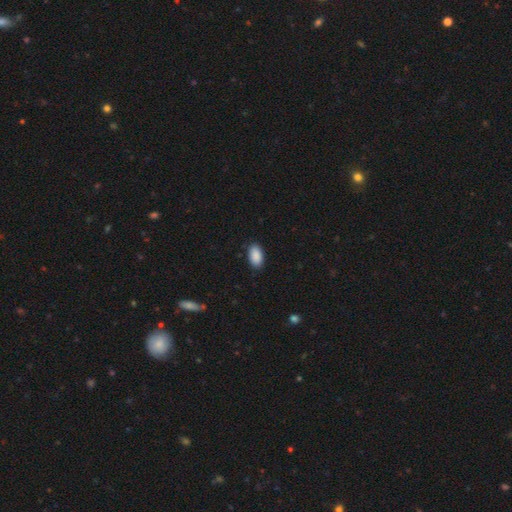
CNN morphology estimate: smooth-or-featured: smooth: 91% | star or artifact: 7% | featured or disk: 3%
  how-rounded: in between: 94% | round: 3% | cigar-shaped: 2%
  merging: none: 89% | minor disturbance: 9% | major disturbance: 2% | merger: 1%